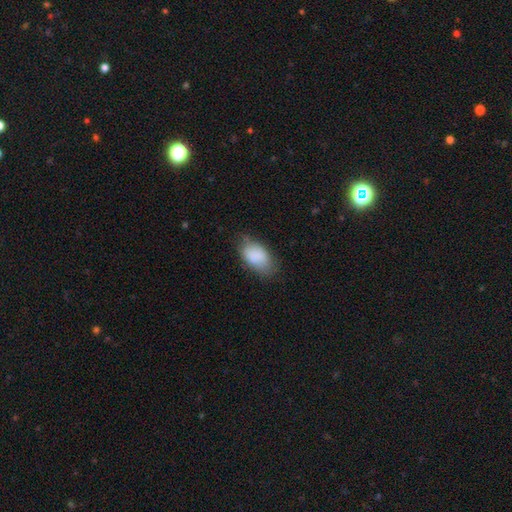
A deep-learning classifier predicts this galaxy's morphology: Smooth or featured?
  - smooth: 84% *
  - featured or disk: 9%
  - star or artifact: 7%
How rounded?
  - in between: 93% *
  - round: 6%
  - cigar-shaped: 2%
Merging?
  - none: 64% *
  - minor disturbance: 27%
  - major disturbance: 8%
  - merger: 2%